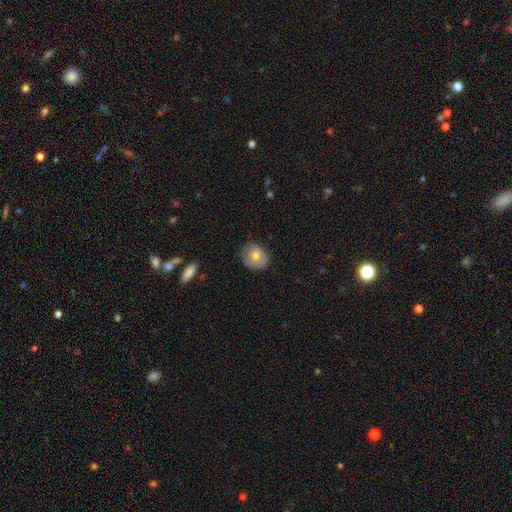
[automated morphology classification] This appears to be a smooth galaxy with no disk features (67%) that is round (68%). Merging: none (73%).